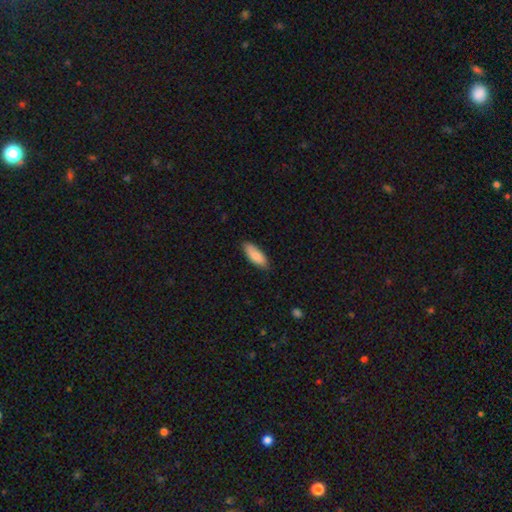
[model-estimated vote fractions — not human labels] Smooth or featured: smooth — 83% (featured or disk — 11%)
How rounded: in between — 72% (cigar-shaped — 26%)
Merging: none — 83% (minor disturbance — 14%)